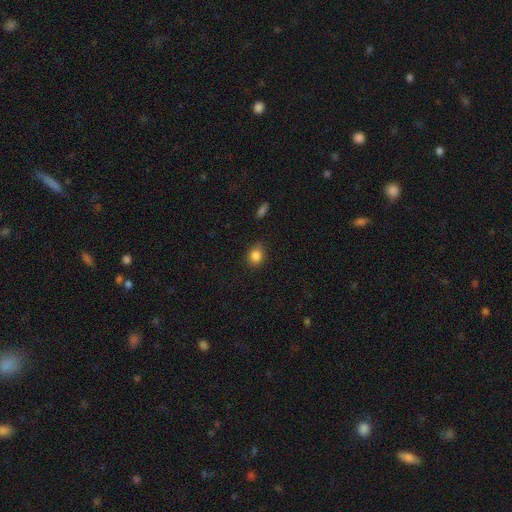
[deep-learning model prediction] Smooth or featured? smooth (84%)
How rounded? round (68%)
Merging? none (78%)